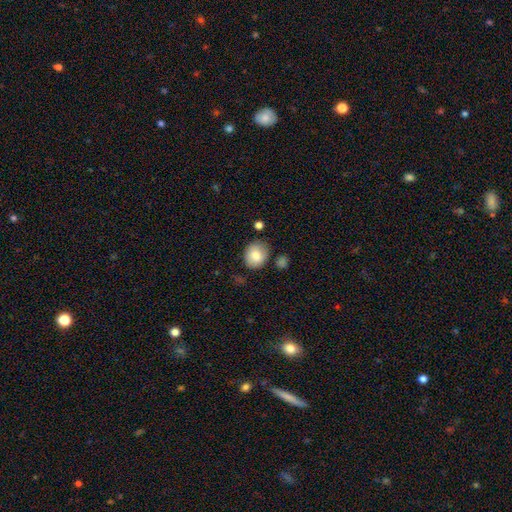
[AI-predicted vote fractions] smooth-or-featured: smooth: 82% | featured or disk: 10% | star or artifact: 8%
  how-rounded: round: 51% | in between: 48% | cigar-shaped: 1%
  merging: none: 73% | minor disturbance: 18% | major disturbance: 4% | merger: 4%